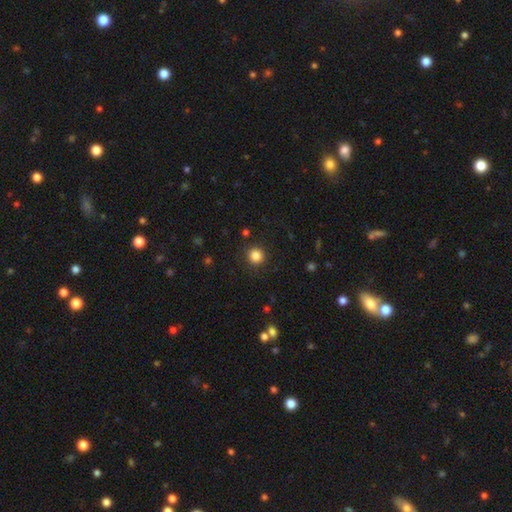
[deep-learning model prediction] Smooth or featured: smooth — 85% (star or artifact — 12%)
How rounded: round — 95% (in between — 4%)
Merging: none — 91% (minor disturbance — 5%)